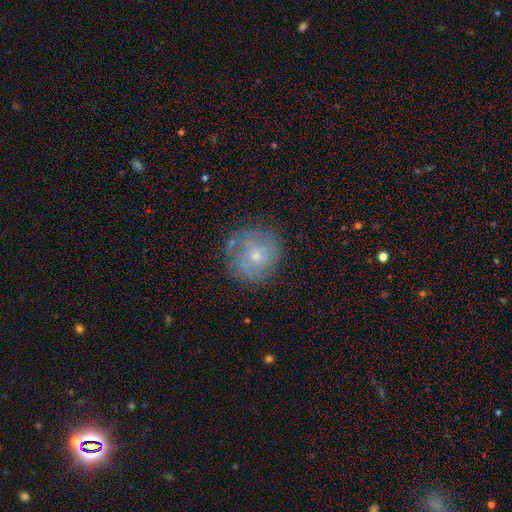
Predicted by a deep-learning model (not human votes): This appears to be a featured or disk galaxy (56%) with no bar (79%), spiral arms (69%) and a small central bulge (56%). Merging: none (75%).